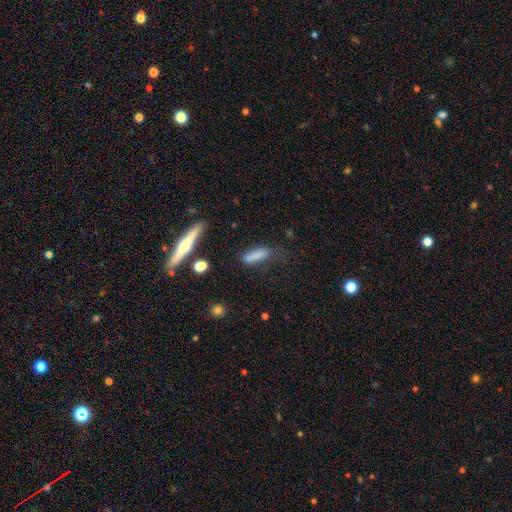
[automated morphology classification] Smooth or featured? Predicted: smooth (p=0.77). How rounded? Predicted: cigar-shaped (p=0.65). Merging? Predicted: none (p=0.54).